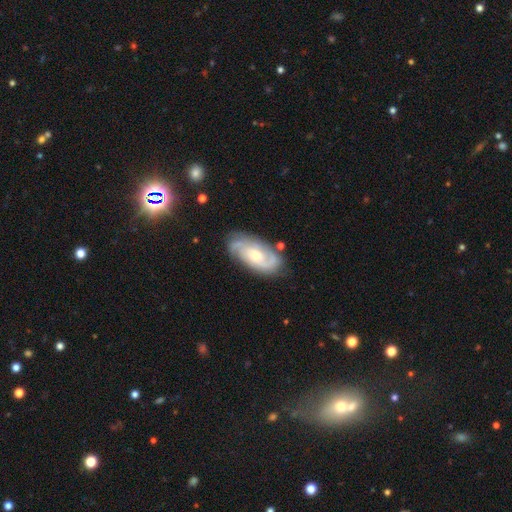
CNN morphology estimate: smooth_or_featured: featured or disk (p=0.83) [alt: smooth p=0.12]
disk_edge_on: no (p=0.95) [alt: yes p=0.05]
bar: no (p=0.65) [alt: weak p=0.30]
has_spiral_arms: yes (p=0.95) [alt: no p=0.05]
spiral_winding: tight (p=0.46) [alt: medium p=0.41]
spiral_arm_count: 2 (p=0.49) [alt: 3 p=0.21]
bulge_size: moderate (p=0.56) [alt: small p=0.39]
merging: none (p=0.75) [alt: minor disturbance p=0.18]